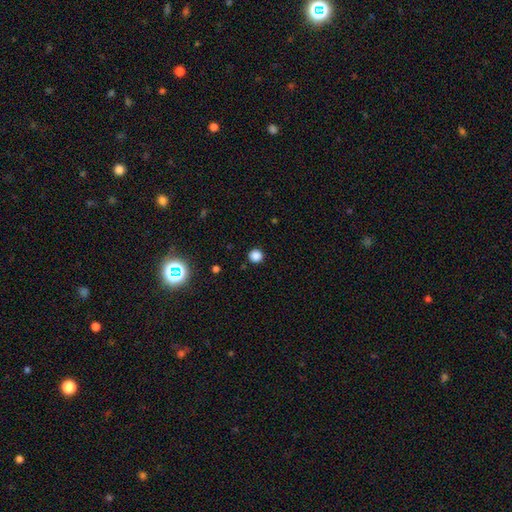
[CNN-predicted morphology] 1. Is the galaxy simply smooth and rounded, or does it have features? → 84% smooth, 13% star or artifact, 3% featured or disk.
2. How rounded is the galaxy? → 95% round, 4% in between, 1% cigar-shaped.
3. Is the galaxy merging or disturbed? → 91% none, 5% minor disturbance, 2% major disturbance, 1% merger.